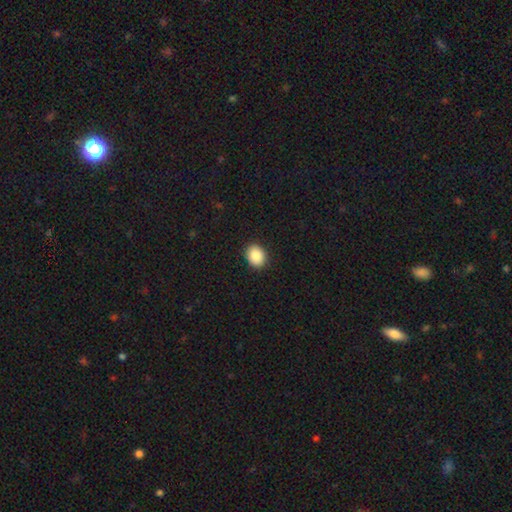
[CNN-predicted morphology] smooth 88%, star or artifact 8%, featured or disk 4%. Down the decision tree: how rounded — round (50%); merging — none (91%).